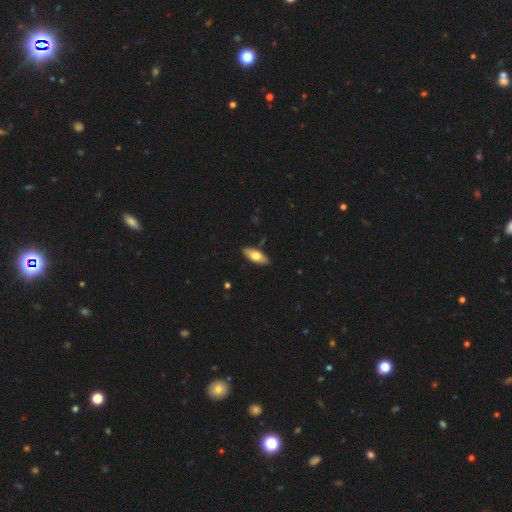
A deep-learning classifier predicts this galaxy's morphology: The model was most divided on "smooth or featured": smooth: 68%, featured or disk: 26%, star or artifact: 6%. More confident: merging — none (87%); how rounded — in between (79%).